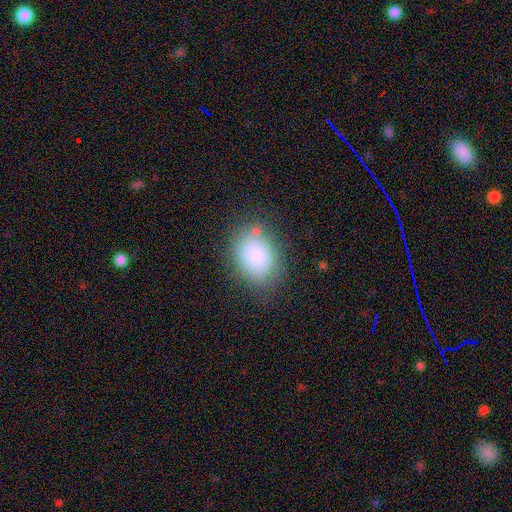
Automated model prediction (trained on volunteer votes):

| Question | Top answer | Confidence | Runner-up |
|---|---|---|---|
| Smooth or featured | smooth | 83% | star or artifact (9%) |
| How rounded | in between | 71% | round (28%) |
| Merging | none | 69% | minor disturbance (19%) |